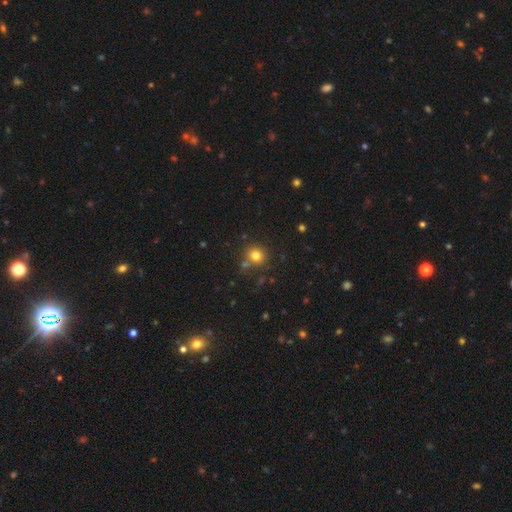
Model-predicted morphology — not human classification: Smooth or featured? smooth (78%)
How rounded? round (87%)
Merging? none (76%)